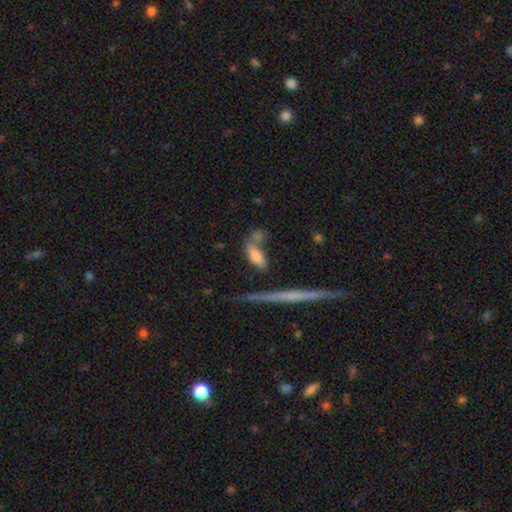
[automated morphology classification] A smooth galaxy with no disk features (66%) that is in between round and cigar-shaped (65%). Merging: none (43%).